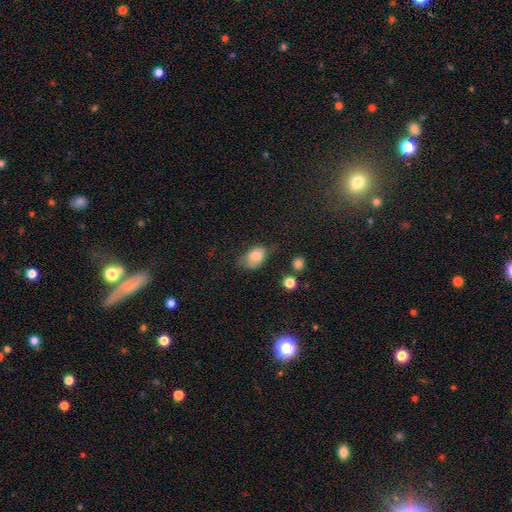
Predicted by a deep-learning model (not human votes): Smooth or featured?
  - smooth: 78% *
  - featured or disk: 14%
  - star or artifact: 8%
How rounded?
  - in between: 84% *
  - round: 14%
  - cigar-shaped: 2%
Merging?
  - none: 45% *
  - minor disturbance: 36%
  - major disturbance: 16%
  - merger: 3%